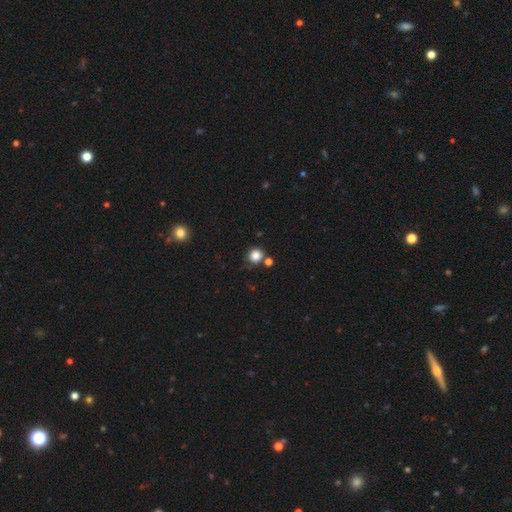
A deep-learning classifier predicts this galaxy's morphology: This is clearly a smooth galaxy (84%). How rounded: clearly round (89%). Merging: likely none (73%).